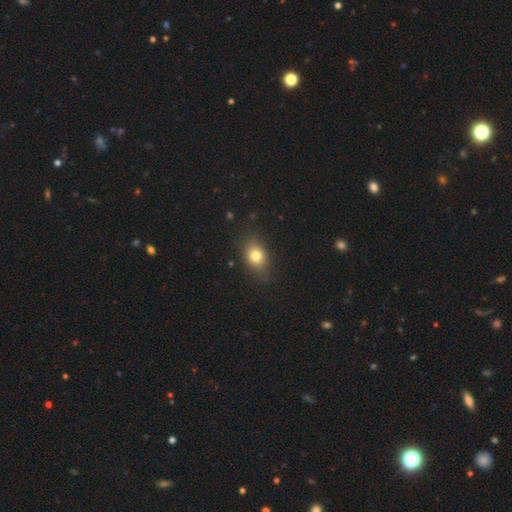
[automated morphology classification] The model was most divided on "how rounded": in between: 65%, round: 34%, cigar-shaped: 2%. More confident: merging — none (82%); smooth or featured — smooth (78%).